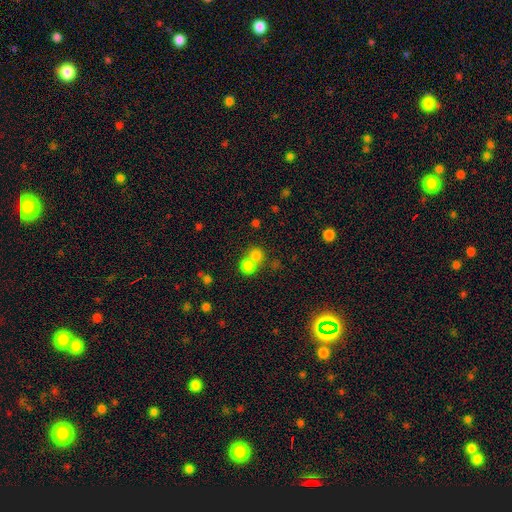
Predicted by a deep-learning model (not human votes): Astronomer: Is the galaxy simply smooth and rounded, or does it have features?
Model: smooth — 77%.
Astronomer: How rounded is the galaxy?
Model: round — 87%.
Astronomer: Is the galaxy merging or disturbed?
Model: merger — 47% (runner-up: none, 46%).